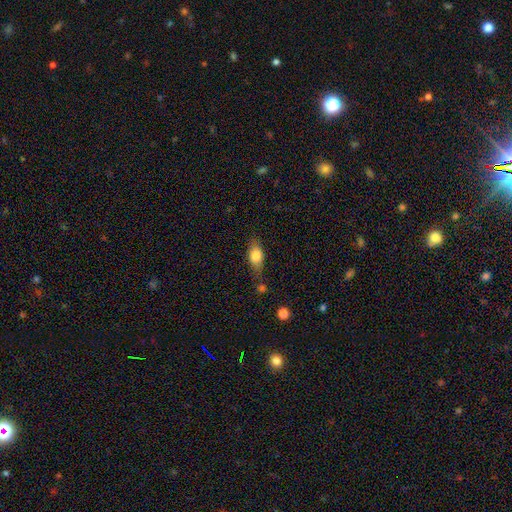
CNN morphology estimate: type=smooth (75%); roundness=in between (80%); merging=none (65%).